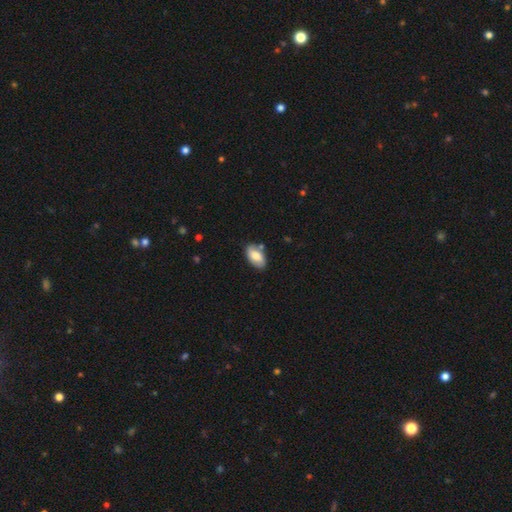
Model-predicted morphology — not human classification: A smooth galaxy with no disk features (73%) that is in between round and cigar-shaped (94%). Merging: none (75%).